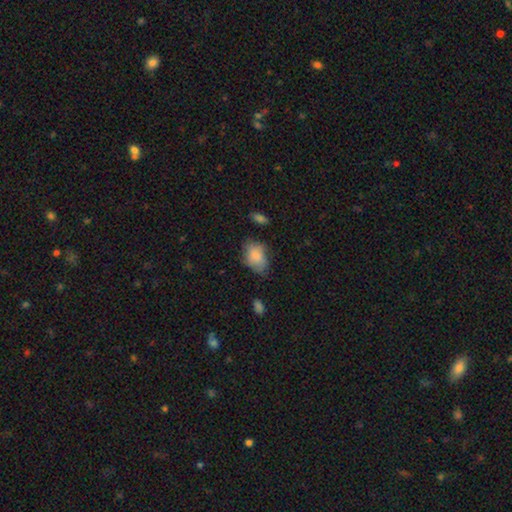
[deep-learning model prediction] smooth 81%, featured or disk 12%, star or artifact 7%. Down the decision tree: how rounded — in between (74%); merging — none (53%).